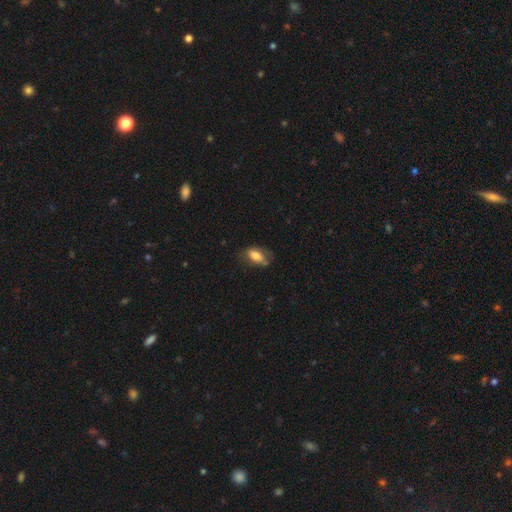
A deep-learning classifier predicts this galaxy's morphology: Overall: smooth (74%). How rounded: in between (89%). Merging: none (56%; minor disturbance 29%).